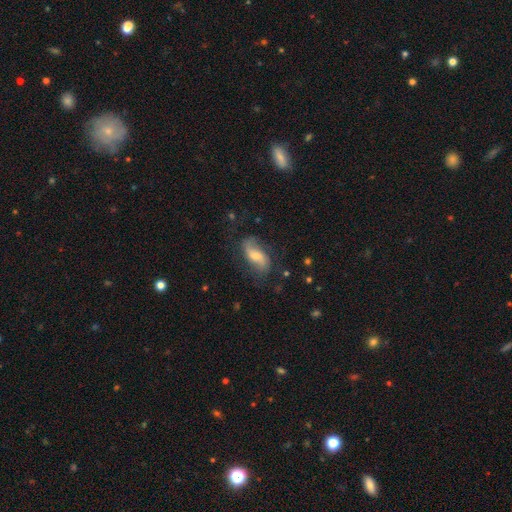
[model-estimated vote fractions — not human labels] The model was most divided on "bar" (2-way tie): weak: 41%, no: 41%, strong: 18%. More confident: edge-on disk — no (92%); spiral arms — yes (88%); spiral arm count — 2 (85%); merging — none (66%); spiral winding — loose (62%); smooth or featured — featured or disk (62%); bulge size — moderate (51%).